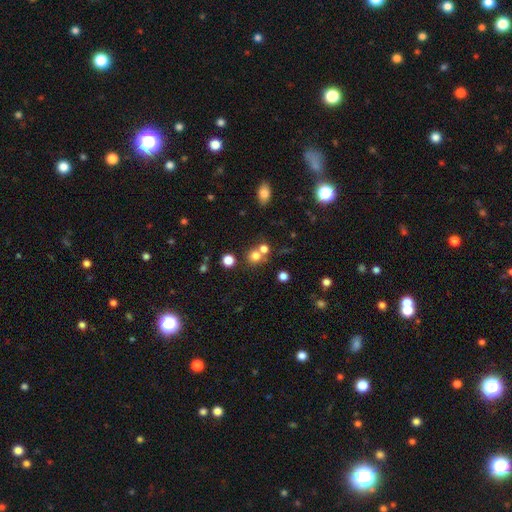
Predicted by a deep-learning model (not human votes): Smooth or featured: smooth — 74% (star or artifact — 17%)
How rounded: round — 86% (in between — 13%)
Merging: none — 56% (merger — 34%)